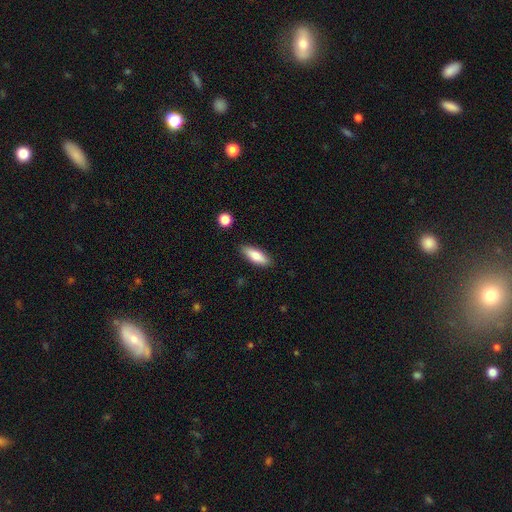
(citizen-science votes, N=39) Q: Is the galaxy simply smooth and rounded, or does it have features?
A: smooth — 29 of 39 (74%).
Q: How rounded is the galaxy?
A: in between — 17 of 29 (59%).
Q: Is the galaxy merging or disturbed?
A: none — 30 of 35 (86%).